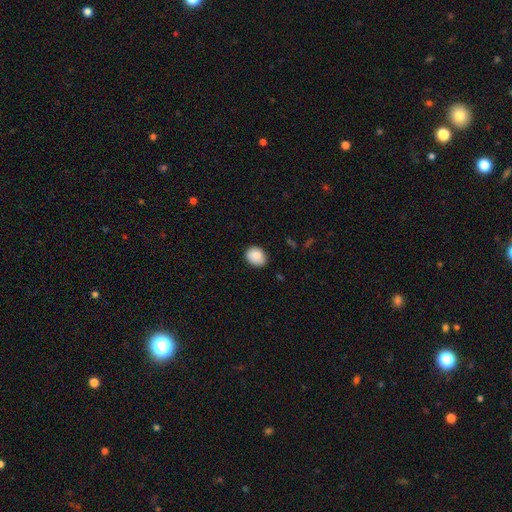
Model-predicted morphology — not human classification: A smooth galaxy with no disk features (85%) that is in between round and cigar-shaped (52%). Merging: none (79%).